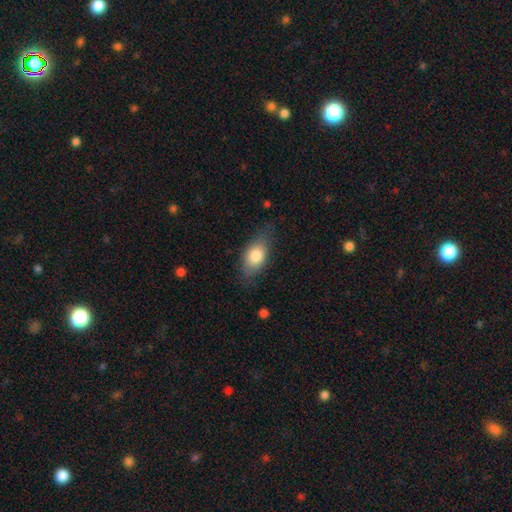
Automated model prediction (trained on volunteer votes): Morphology: type=smooth (79%); roundness=in between (87%); merging=none (70%).